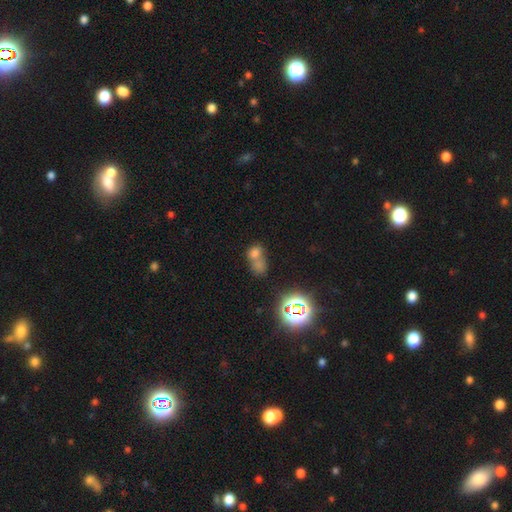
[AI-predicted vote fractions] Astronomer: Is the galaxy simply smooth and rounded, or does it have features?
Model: smooth — 65%.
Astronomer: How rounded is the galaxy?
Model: round — 52% (runner-up: in between, 46%).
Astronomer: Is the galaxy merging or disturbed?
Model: merger — 65%.